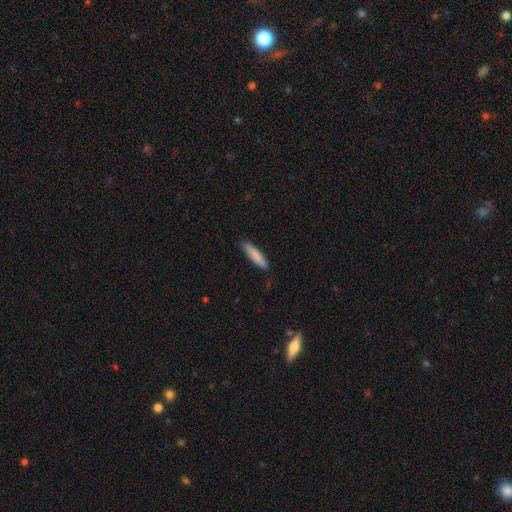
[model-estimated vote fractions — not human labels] This is clearly a smooth galaxy (85%). How rounded: clearly cigar-shaped (81%). Merging: clearly none (84%).